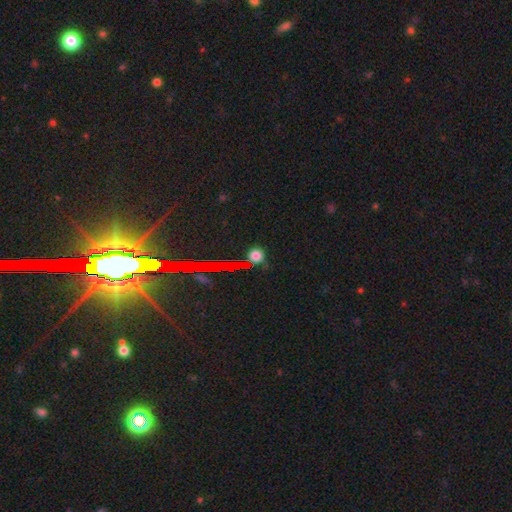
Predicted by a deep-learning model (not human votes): smooth 69%, star or artifact 25%, featured or disk 7%. Down the decision tree: how rounded — round (90%); merging — none (80%).